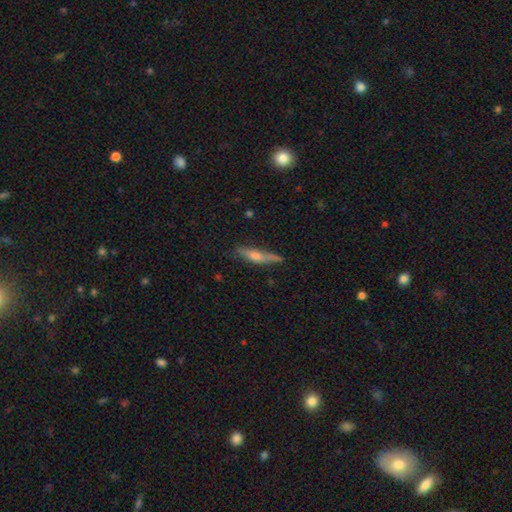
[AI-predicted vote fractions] A featured or disk galaxy (53%) viewed edge-on (92%). Merging: none (75%).